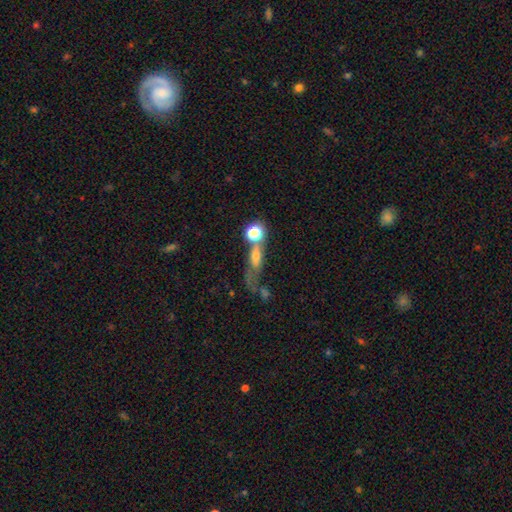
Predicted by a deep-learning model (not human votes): Smooth or featured? Predicted: smooth (p=0.49). Merging? Predicted: merger (p=0.36).